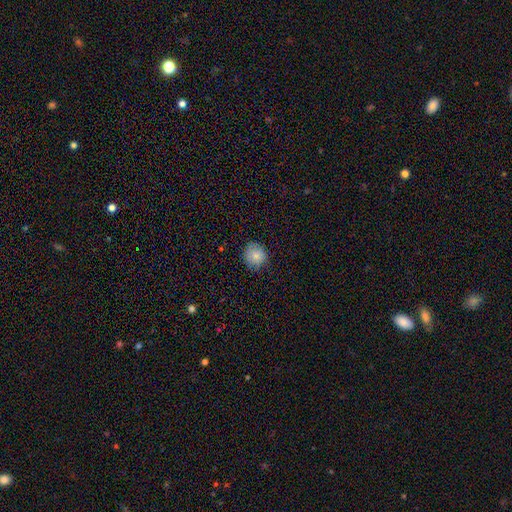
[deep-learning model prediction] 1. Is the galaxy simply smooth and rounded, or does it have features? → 82% smooth, 9% featured or disk, 8% star or artifact.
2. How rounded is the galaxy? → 86% round, 13% in between, 1% cigar-shaped.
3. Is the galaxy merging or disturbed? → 78% none, 18% minor disturbance, 3% major disturbance, 1% merger.